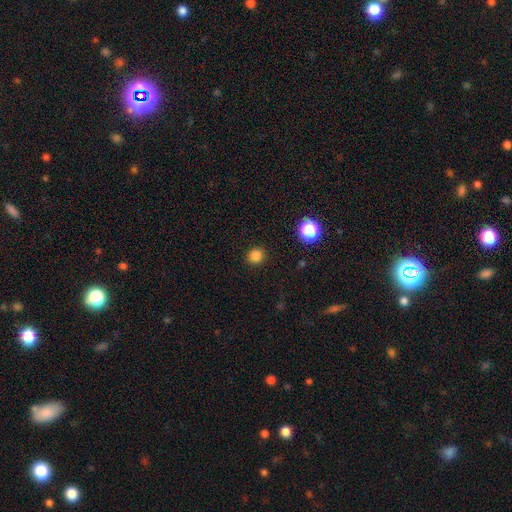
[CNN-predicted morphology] This appears to be a smooth galaxy with no disk features (82%) that is round (90%). Merging: none (92%).